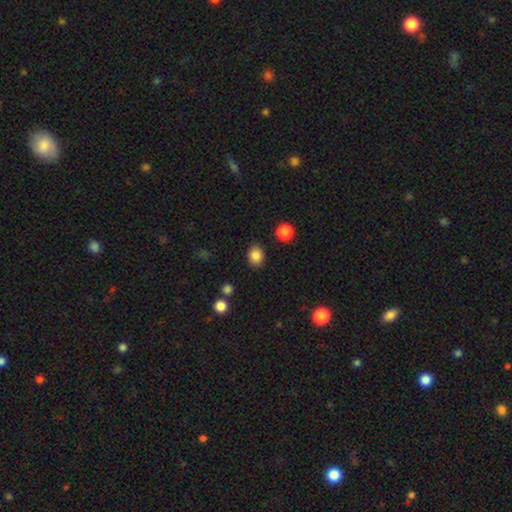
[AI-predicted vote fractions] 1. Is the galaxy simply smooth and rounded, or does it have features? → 85% smooth, 10% star or artifact, 5% featured or disk.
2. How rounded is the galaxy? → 50% round, 49% in between, 1% cigar-shaped.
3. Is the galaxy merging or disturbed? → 86% none, 9% minor disturbance, 3% major disturbance, 2% merger.